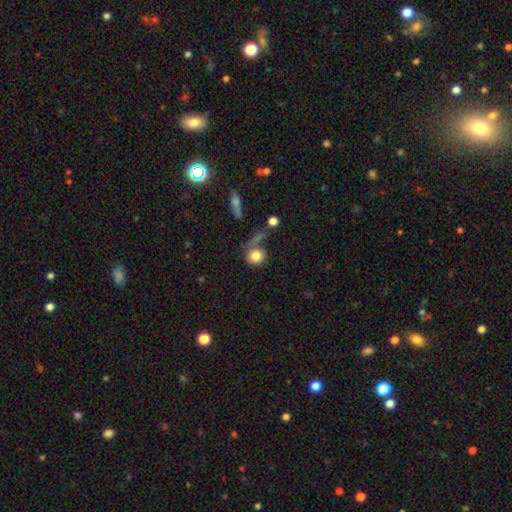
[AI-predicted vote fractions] Smooth or featured? smooth (80%)
How rounded? round (83%)
Merging? none (51%)